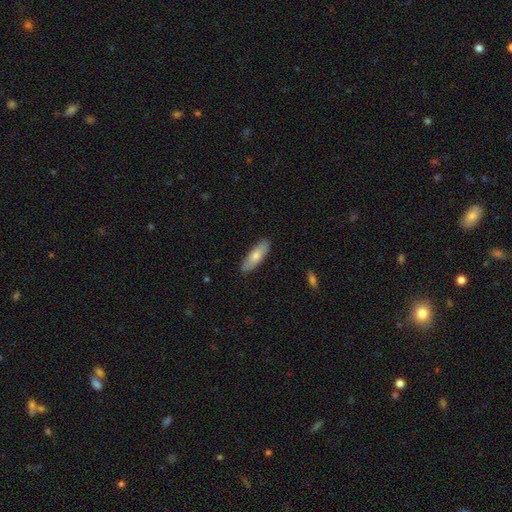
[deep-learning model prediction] Smooth or featured?
  - smooth: 70% *
  - featured or disk: 24%
  - star or artifact: 6%
How rounded?
  - in between: 54% *
  - cigar-shaped: 44%
  - round: 2%
Merging?
  - none: 88% *
  - minor disturbance: 10%
  - major disturbance: 2%
  - merger: 1%